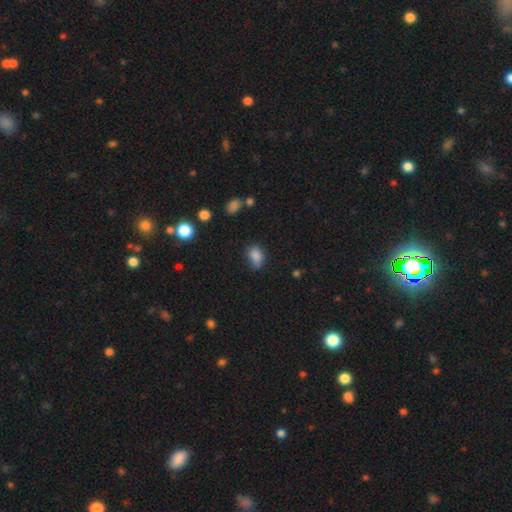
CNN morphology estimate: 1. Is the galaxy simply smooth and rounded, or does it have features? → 84% smooth, 10% star or artifact, 6% featured or disk.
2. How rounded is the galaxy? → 77% in between, 22% round, 2% cigar-shaped.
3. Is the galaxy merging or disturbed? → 58% none, 32% minor disturbance, 7% major disturbance, 3% merger.